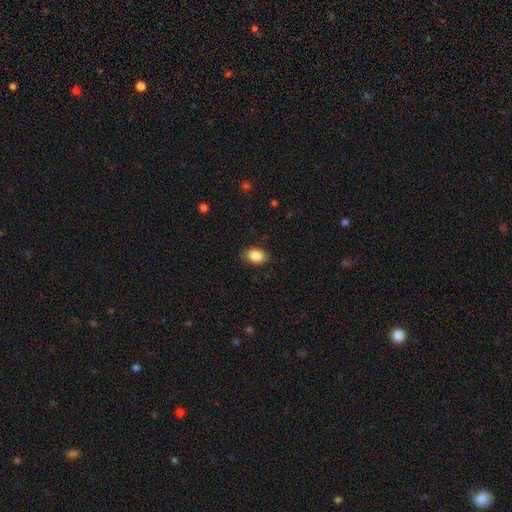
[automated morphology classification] This appears to be a smooth galaxy with no disk features (86%) that is in between round and cigar-shaped (84%). Merging: none (86%).